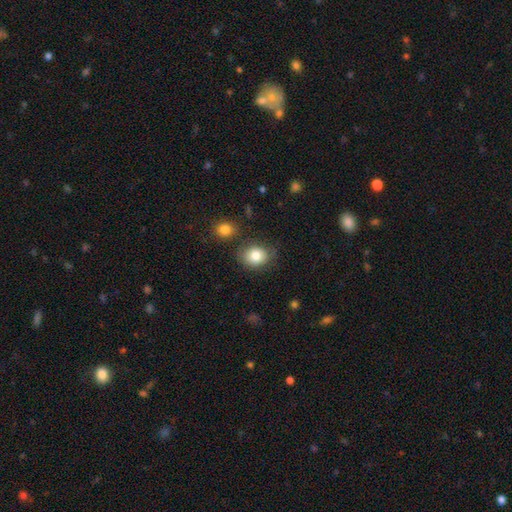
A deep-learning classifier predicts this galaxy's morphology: This is clearly a smooth galaxy (81%). How rounded: possibly round (56%). Merging: likely none (76%).